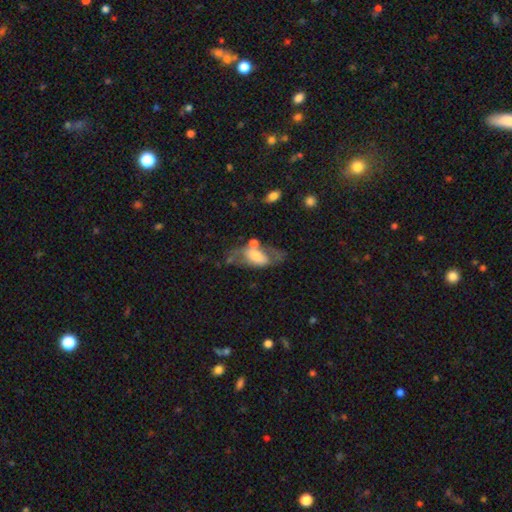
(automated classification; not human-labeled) A featured or disk galaxy (51%). Merging: none (38%).